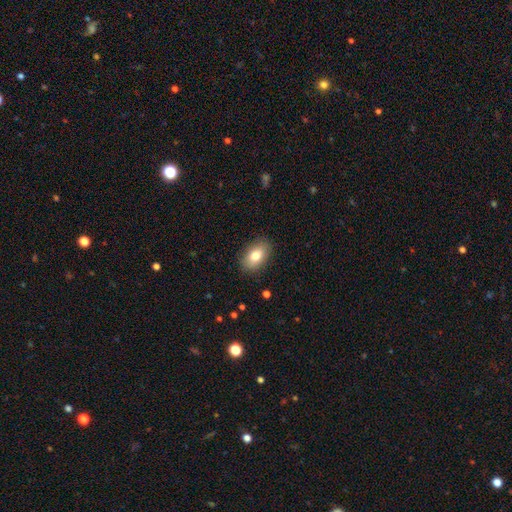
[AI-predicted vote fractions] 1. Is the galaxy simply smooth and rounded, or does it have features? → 80% smooth, 13% featured or disk, 7% star or artifact.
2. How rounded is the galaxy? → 90% in between, 8% round, 2% cigar-shaped.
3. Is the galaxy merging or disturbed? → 88% none, 9% minor disturbance, 2% major disturbance, 1% merger.